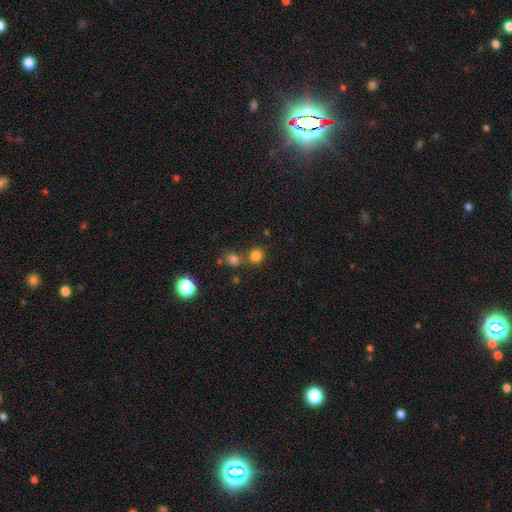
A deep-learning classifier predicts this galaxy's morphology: smooth-or-featured: smooth: 80% | star or artifact: 15% | featured or disk: 5%
  how-rounded: round: 85% | in between: 14% | cigar-shaped: 1%
  merging: none: 66% | merger: 22% | minor disturbance: 9% | major disturbance: 4%